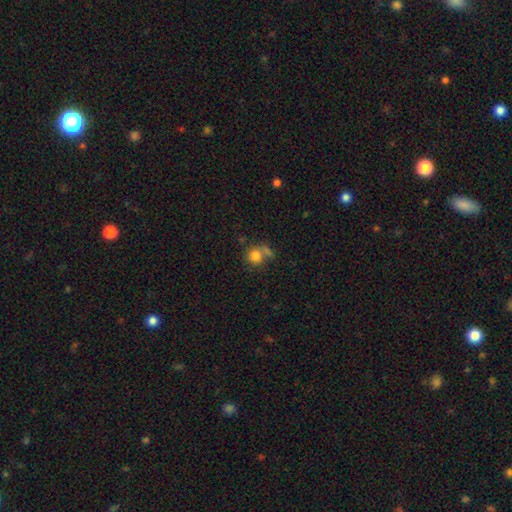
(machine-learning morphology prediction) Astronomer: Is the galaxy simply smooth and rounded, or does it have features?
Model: smooth — 80%.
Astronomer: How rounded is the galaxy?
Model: round — 83%.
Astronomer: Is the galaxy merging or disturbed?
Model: none — 49% (runner-up: merger, 27%).